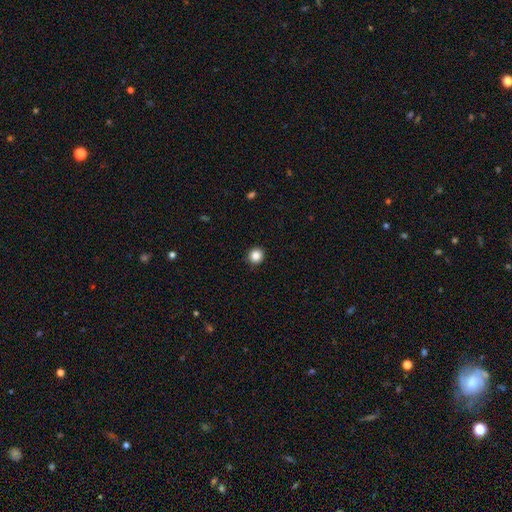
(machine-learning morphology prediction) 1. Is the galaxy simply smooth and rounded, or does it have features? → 86% smooth, 10% star or artifact, 4% featured or disk.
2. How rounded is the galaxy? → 94% round, 5% in between, 1% cigar-shaped.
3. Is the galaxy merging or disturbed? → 91% none, 6% minor disturbance, 2% major disturbance, 1% merger.